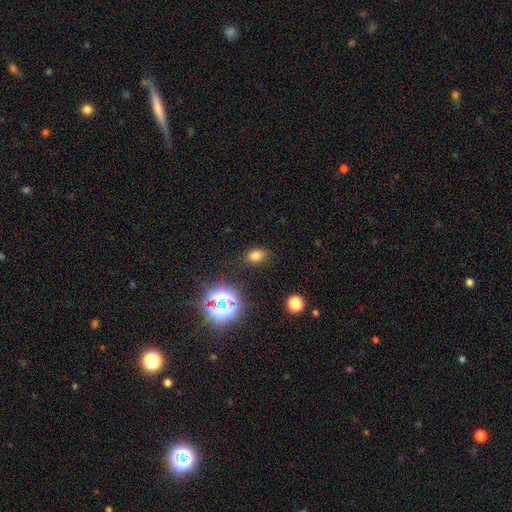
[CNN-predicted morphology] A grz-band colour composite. It shows a smooth galaxy with no disk features (72%) that is in between round and cigar-shaped (76%). Merging: none (84%).